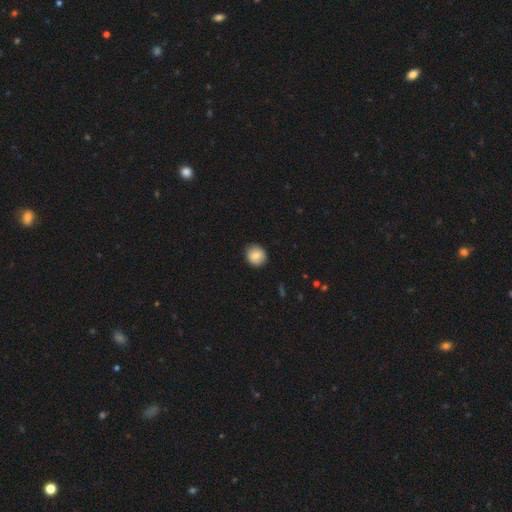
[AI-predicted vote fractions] Smooth or featured? Predicted: smooth (p=0.79). How rounded? Predicted: round (p=0.85). Merging? Predicted: none (p=0.86).